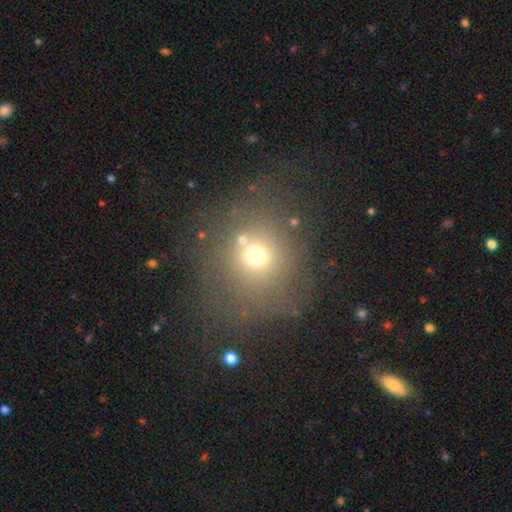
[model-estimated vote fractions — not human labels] Morphology: type=smooth (65%); roundness=round (83%); merging=none (67%).